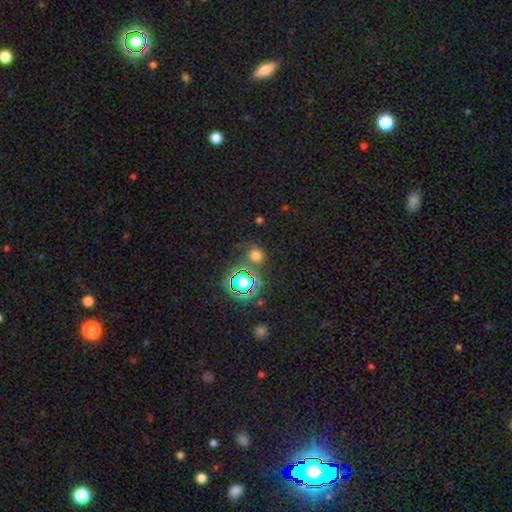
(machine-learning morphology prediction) This appears to be a smooth galaxy with no disk features (60%) that is round (82%). Merging: none (71%).